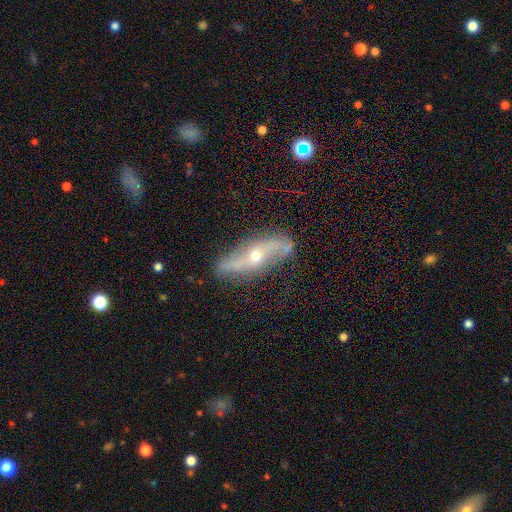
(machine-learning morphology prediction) This is likely a featured or disk galaxy (77%). It is likely not viewed edge-on (72%). Bar: possibly no (53%). Spiral arm pattern: likely yes (79%). Central bulge: possibly small (49%). Merging: likely none (74%).